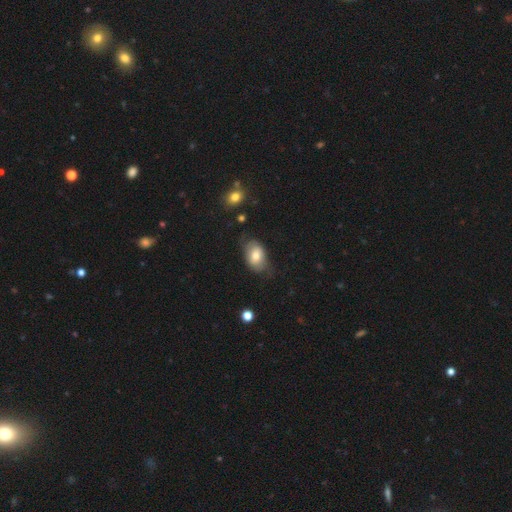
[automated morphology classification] The model was most divided on "merging": none: 57%, minor disturbance: 30%, major disturbance: 11%, merger: 2%. More confident: how rounded — in between (85%); smooth or featured — smooth (72%).